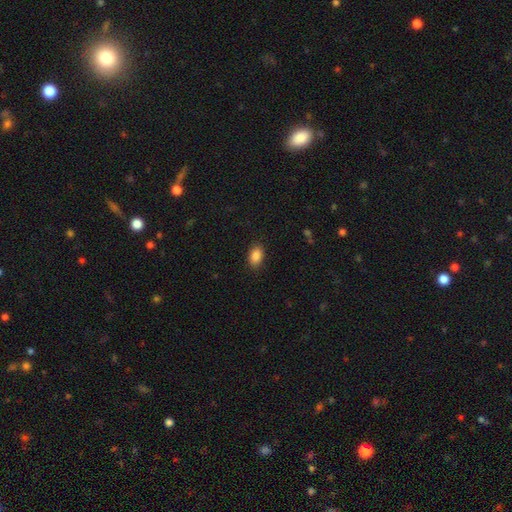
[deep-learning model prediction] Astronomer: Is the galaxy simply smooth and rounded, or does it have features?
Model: smooth — 88%.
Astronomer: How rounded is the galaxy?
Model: in between — 88%.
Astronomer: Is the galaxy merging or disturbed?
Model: none — 87%.